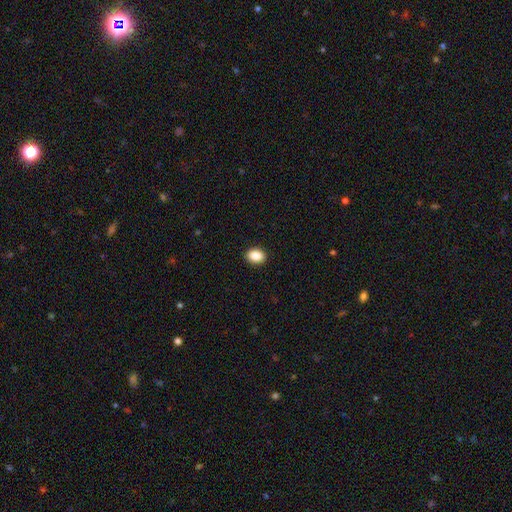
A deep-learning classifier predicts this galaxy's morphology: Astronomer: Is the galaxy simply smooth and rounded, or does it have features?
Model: smooth — 88%.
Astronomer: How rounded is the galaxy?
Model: in between — 70%.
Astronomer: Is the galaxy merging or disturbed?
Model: none — 91%.